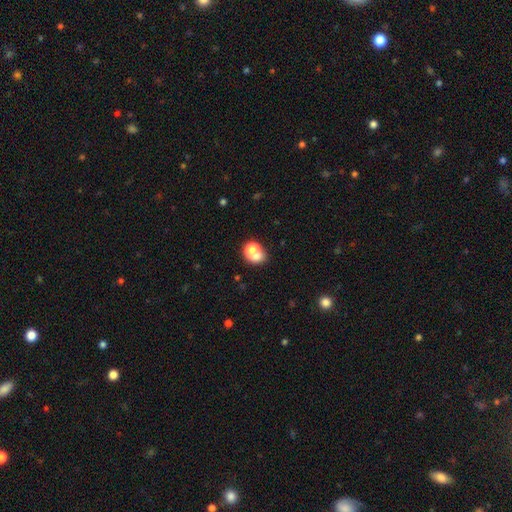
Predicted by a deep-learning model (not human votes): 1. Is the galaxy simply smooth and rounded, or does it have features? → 70% smooth, 17% featured or disk, 13% star or artifact.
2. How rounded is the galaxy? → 53% round, 45% in between, 1% cigar-shaped.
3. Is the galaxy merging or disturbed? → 47% merger, 32% none, 12% minor disturbance, 9% major disturbance.